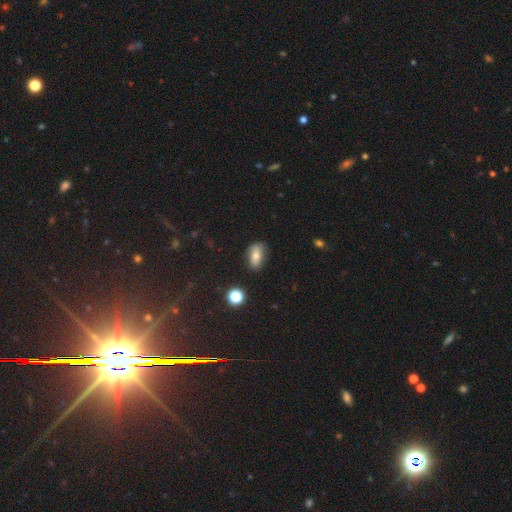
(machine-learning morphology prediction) smooth 67%, featured or disk 22%, star or artifact 10%. Down the decision tree: how rounded — in between (85%); merging — none (74%).